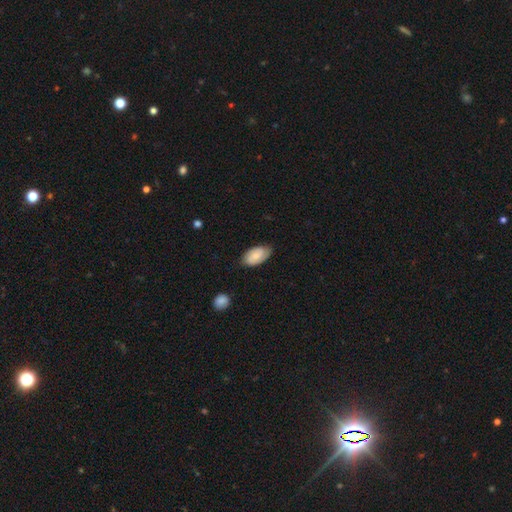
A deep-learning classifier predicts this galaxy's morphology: Smooth or featured? smooth (65%)
How rounded? in between (94%)
Merging? none (76%)